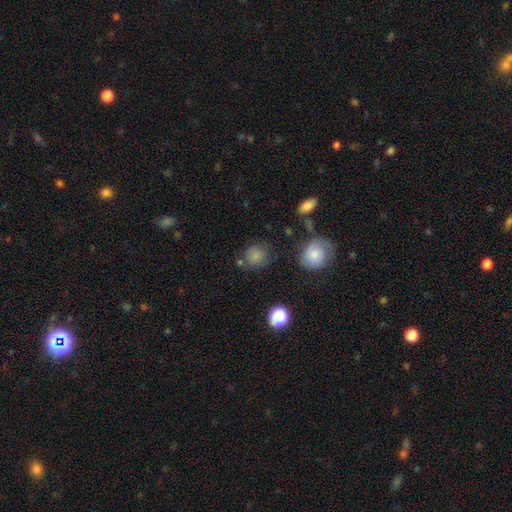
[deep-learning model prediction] Overall: smooth (80%). How rounded: round (85%). Merging: none (73%).